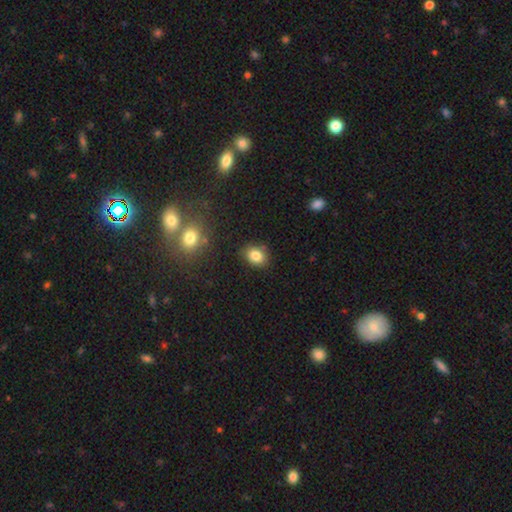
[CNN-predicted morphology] Smooth or featured? smooth (83%)
How rounded? in between (57%)
Merging? none (80%)